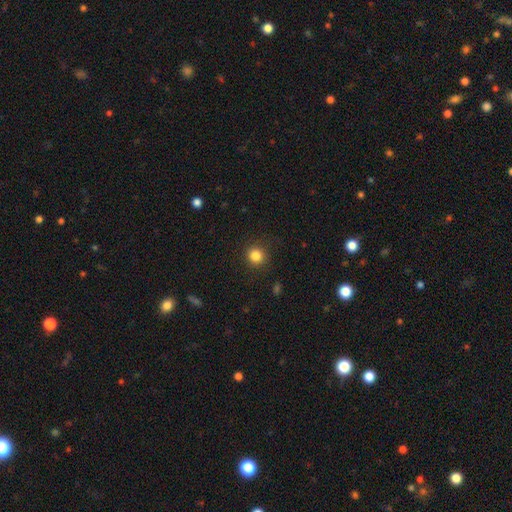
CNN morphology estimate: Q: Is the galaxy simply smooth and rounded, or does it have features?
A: smooth — 84%.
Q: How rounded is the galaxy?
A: round — 91%.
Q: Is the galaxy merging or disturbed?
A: none — 89%.